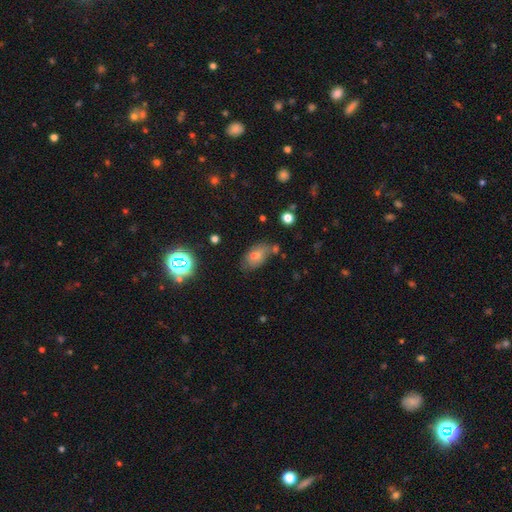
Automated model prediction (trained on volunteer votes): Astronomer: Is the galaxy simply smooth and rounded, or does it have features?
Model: smooth — 68%.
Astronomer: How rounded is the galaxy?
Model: in between — 89%.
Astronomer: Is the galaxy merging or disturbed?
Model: none — 51% (runner-up: minor disturbance, 28%).